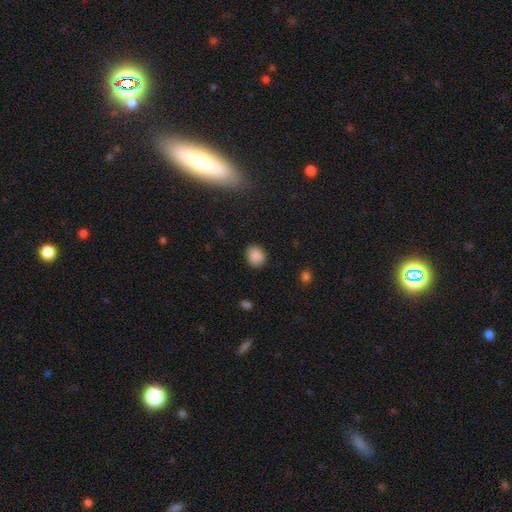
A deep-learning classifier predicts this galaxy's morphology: smooth_or_featured: smooth (p=0.87) [alt: star or artifact p=0.09]
how_rounded: round (p=0.64) [alt: in between p=0.35]
merging: none (p=0.84) [alt: minor disturbance p=0.12]